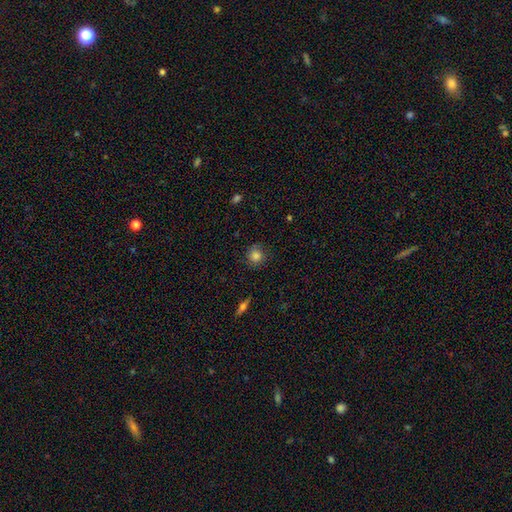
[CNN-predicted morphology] The model was most divided on "merging": none: 84%, minor disturbance: 12%, major disturbance: 3%, merger: 1%. More confident: how rounded — round (91%); smooth or featured — smooth (83%).